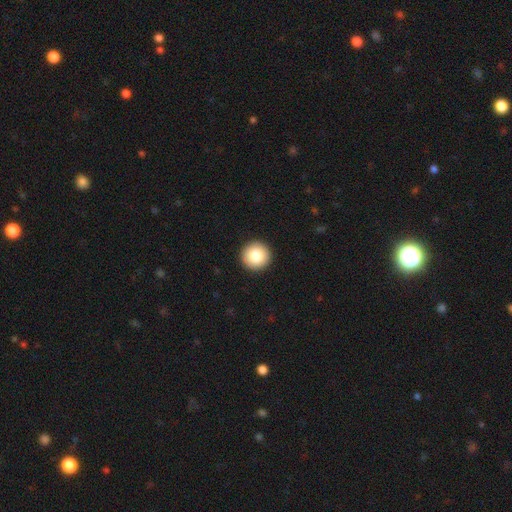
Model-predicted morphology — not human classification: Overall: smooth (82%). How rounded: round (96%). Merging: none (94%).